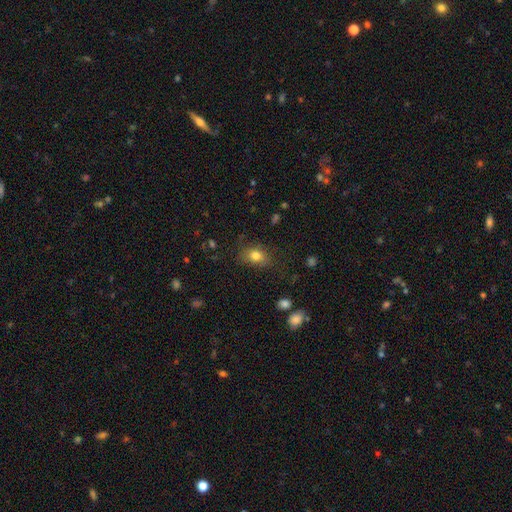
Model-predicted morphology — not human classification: A smooth galaxy with no disk features (79%) that is in between round and cigar-shaped (60%). Merging: none (74%).